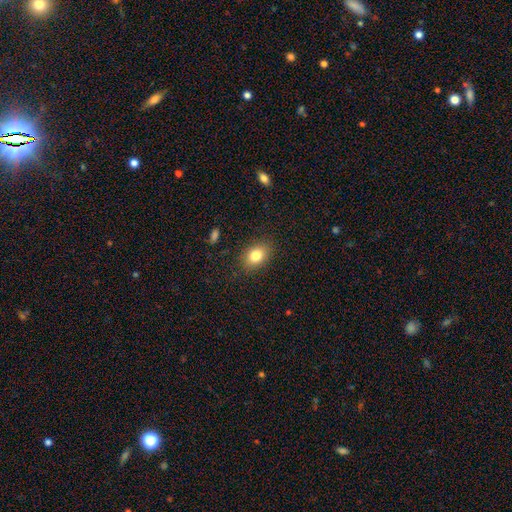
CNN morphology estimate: A smooth galaxy with no disk features (81%) that is in between round and cigar-shaped (73%). Merging: none (86%).